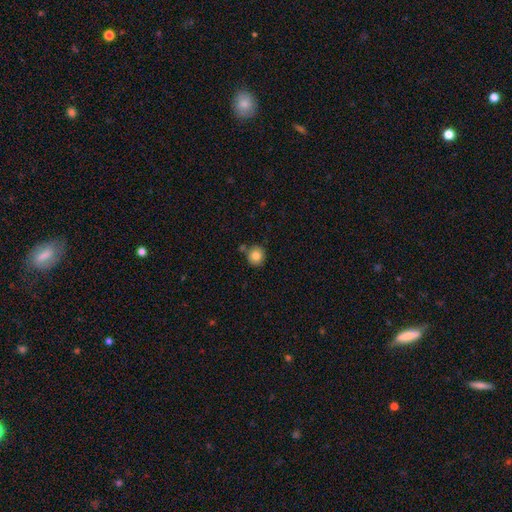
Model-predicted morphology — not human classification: This appears to be a smooth galaxy with no disk features (82%) that is round (89%). Merging: none (75%).